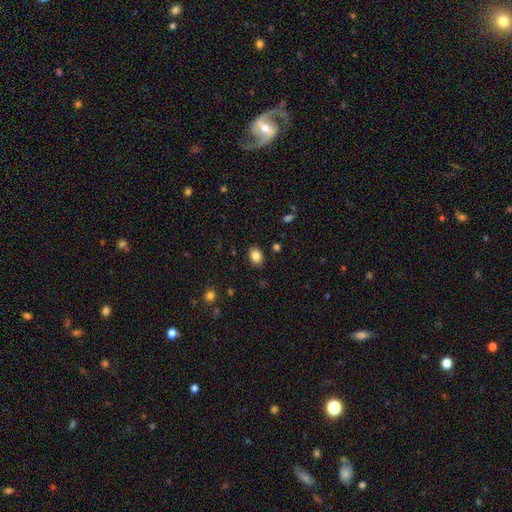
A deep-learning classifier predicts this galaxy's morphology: A smooth galaxy with no disk features (85%) that is in between round and cigar-shaped (74%). Merging: none (88%).